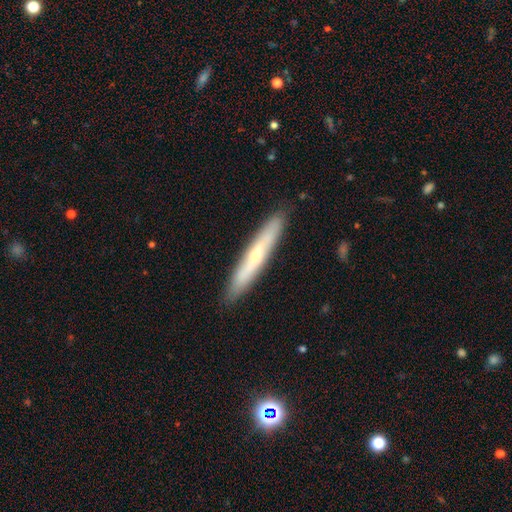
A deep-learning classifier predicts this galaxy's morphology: A smooth galaxy with no disk features (48%).

Vote fractions:
- Smooth or featured? smooth: 48% / featured or disk: 46% / star or artifact: 6%
- Merging? none: 89% / minor disturbance: 9% / major disturbance: 2% / merger: 1%